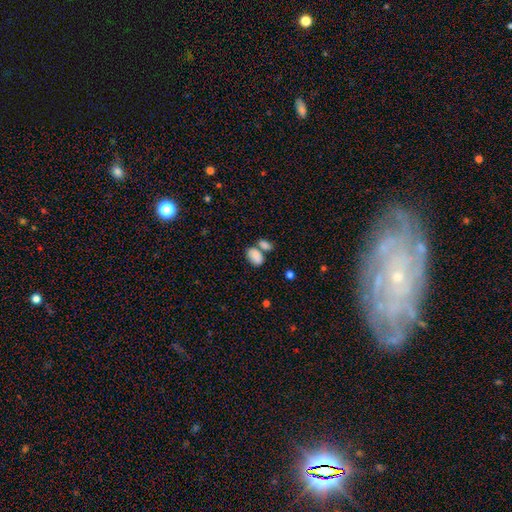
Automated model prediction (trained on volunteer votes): A smooth galaxy with no disk features (83%) that is in between round and cigar-shaped (88%). Merging: merger (45%).